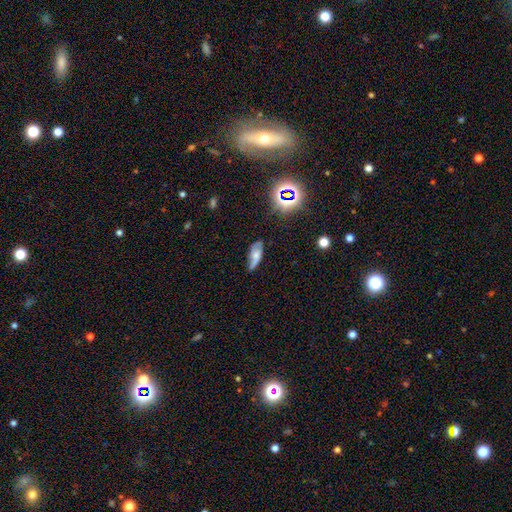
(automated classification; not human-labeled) Overall: smooth (45%; featured or disk 42%). Merging: none (50%; minor disturbance 33%).